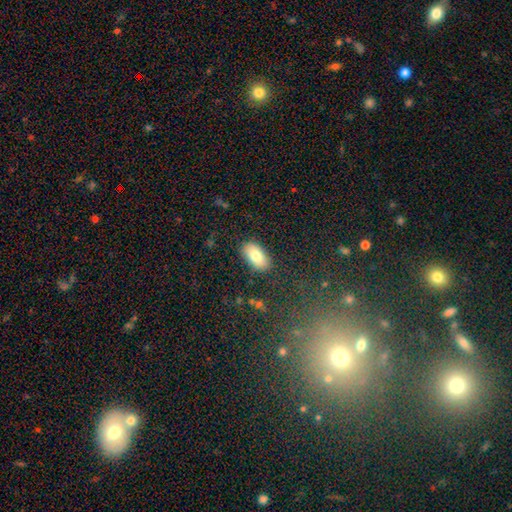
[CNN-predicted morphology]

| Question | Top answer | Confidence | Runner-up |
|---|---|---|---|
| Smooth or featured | smooth | 81% | featured or disk (12%) |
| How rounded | in between | 93% | round (4%) |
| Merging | none | 85% | minor disturbance (11%) |